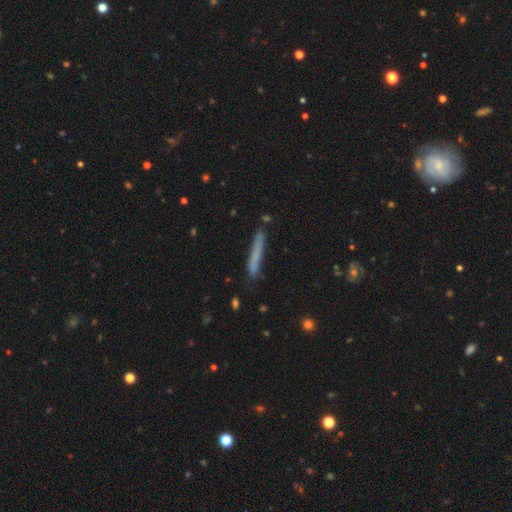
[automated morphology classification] Smooth or featured? Predicted: smooth (p=0.70). How rounded? Predicted: cigar-shaped (p=0.96). Merging? Predicted: none (p=0.82).